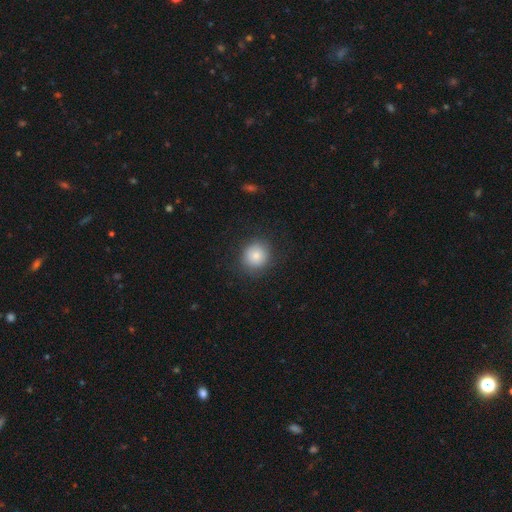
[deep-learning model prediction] smooth-or-featured: smooth: 83% | star or artifact: 9% | featured or disk: 8%
  how-rounded: round: 89% | in between: 10% | cigar-shaped: 1%
  merging: none: 84% | minor disturbance: 11% | major disturbance: 4% | merger: 1%